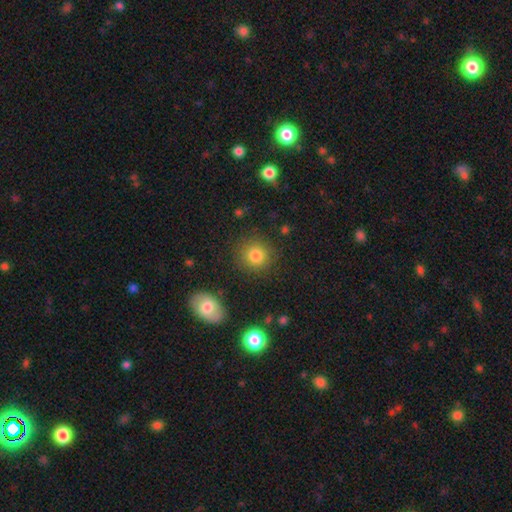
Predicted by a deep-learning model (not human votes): Smooth or featured?
  - smooth: 82% *
  - star or artifact: 12%
  - featured or disk: 7%
How rounded?
  - round: 90% *
  - in between: 9%
  - cigar-shaped: 1%
Merging?
  - none: 85% *
  - minor disturbance: 9%
  - major disturbance: 3%
  - merger: 3%